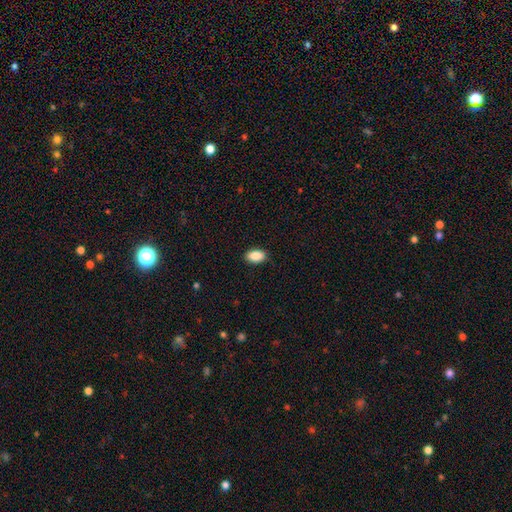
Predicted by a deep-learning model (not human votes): smooth 89%, star or artifact 7%, featured or disk 3%. Down the decision tree: how rounded — in between (92%); merging — none (89%).